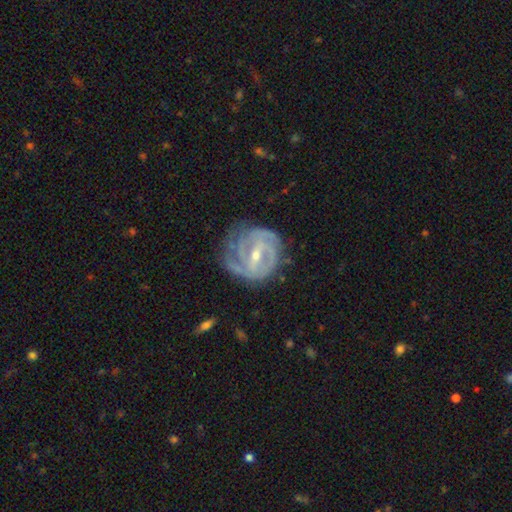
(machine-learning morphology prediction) smooth_or_featured: featured or disk (p=0.87) [alt: smooth p=0.08]
disk_edge_on: no (p=0.97) [alt: yes p=0.03]
bar: weak (p=0.47) [alt: strong p=0.38]
has_spiral_arms: yes (p=0.94) [alt: no p=0.06]
spiral_winding: tight (p=0.60) [alt: medium p=0.32]
spiral_arm_count: 3 (p=0.29) [alt: 2 p=0.27]
bulge_size: small (p=0.53) [alt: moderate p=0.44]
merging: none (p=0.64) [alt: minor disturbance p=0.23]